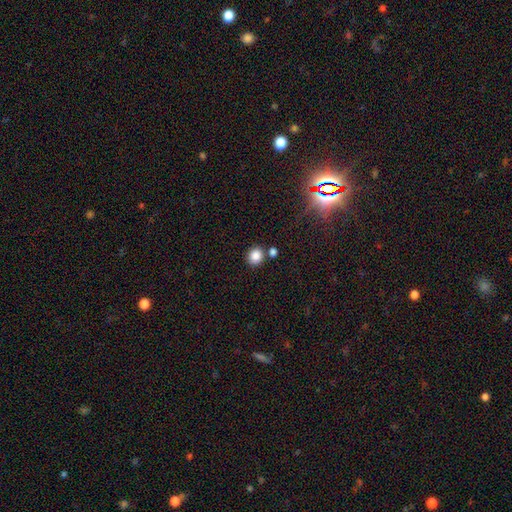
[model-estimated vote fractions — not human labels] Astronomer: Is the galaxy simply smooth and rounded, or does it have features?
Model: smooth — 85%.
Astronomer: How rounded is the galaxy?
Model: round — 80%.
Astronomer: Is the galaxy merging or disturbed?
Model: none — 77%.